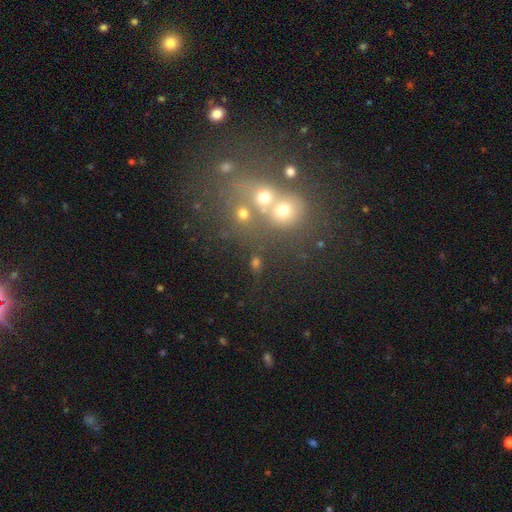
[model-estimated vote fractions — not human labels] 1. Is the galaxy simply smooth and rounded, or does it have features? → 39% smooth, 37% star or artifact, 24% featured or disk.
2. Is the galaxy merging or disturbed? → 47% merger, 37% none, 8% minor disturbance, 7% major disturbance.